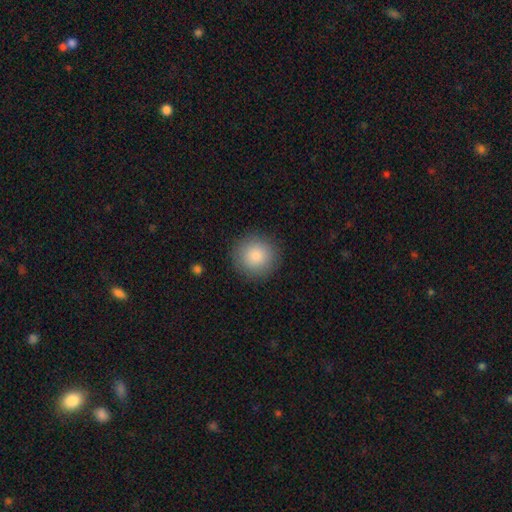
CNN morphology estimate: Q: Smooth or featured?
A: smooth (85%); runner-up: star or artifact (8%)
Q: How rounded?
A: round (94%); runner-up: in between (5%)
Q: Merging?
A: none (90%); runner-up: minor disturbance (7%)